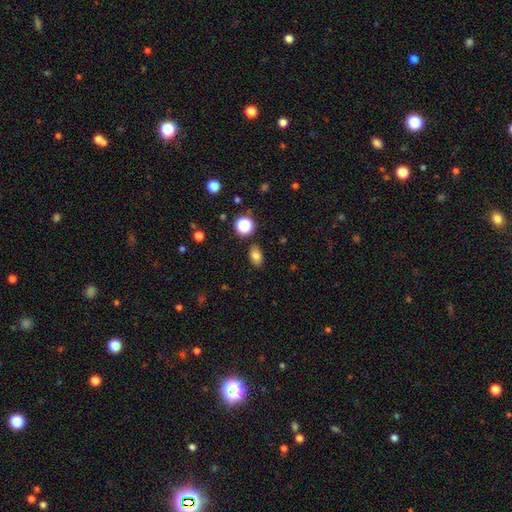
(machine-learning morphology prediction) Overall: smooth (79%). How rounded: in between (82%). Merging: none (86%).